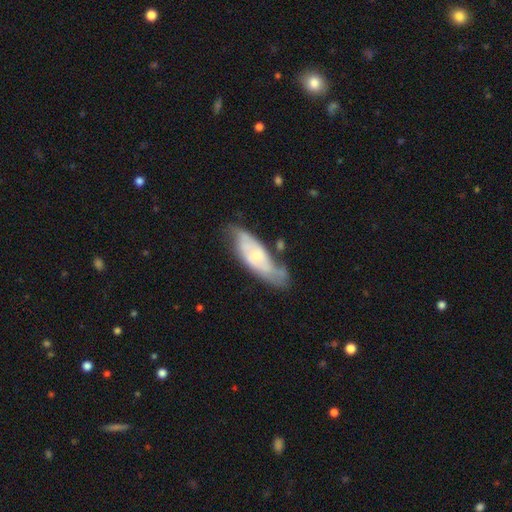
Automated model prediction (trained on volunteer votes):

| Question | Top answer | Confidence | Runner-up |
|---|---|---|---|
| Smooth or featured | featured or disk | 65% | smooth (29%) |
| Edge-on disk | no | 82% | yes (18%) |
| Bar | no | 65% | weak (29%) |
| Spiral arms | yes | 78% | no (22%) |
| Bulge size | small | 54% | moderate (40%) |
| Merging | none | 49% | minor disturbance (30%) |